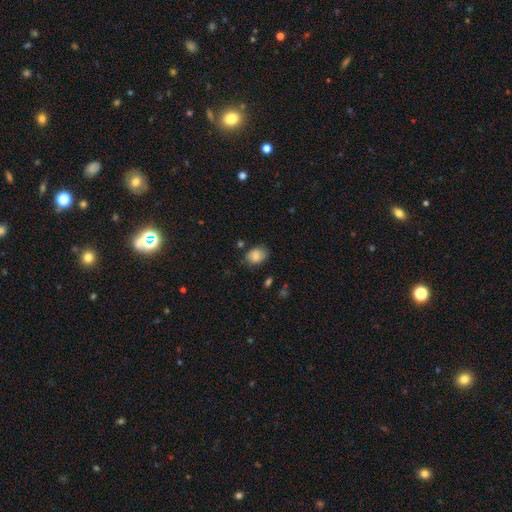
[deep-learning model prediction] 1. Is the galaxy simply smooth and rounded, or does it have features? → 84% smooth, 8% star or artifact, 8% featured or disk.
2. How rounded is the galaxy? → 62% in between, 37% round, 1% cigar-shaped.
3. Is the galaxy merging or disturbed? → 71% none, 21% minor disturbance, 5% major disturbance, 3% merger.